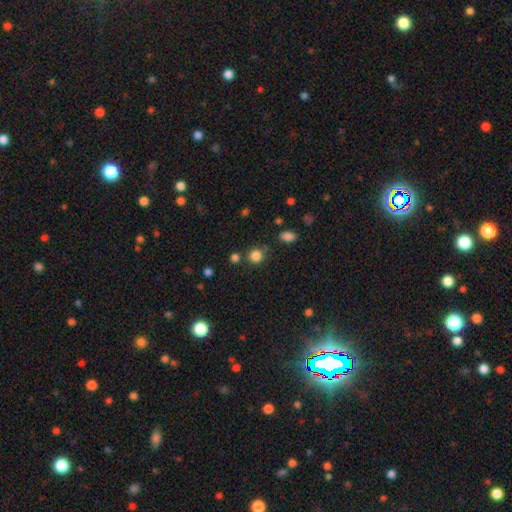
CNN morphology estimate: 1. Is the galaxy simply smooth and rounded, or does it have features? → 83% smooth, 13% star or artifact, 4% featured or disk.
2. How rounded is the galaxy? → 89% round, 10% in between, 1% cigar-shaped.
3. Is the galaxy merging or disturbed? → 76% none, 11% minor disturbance, 9% merger, 4% major disturbance.